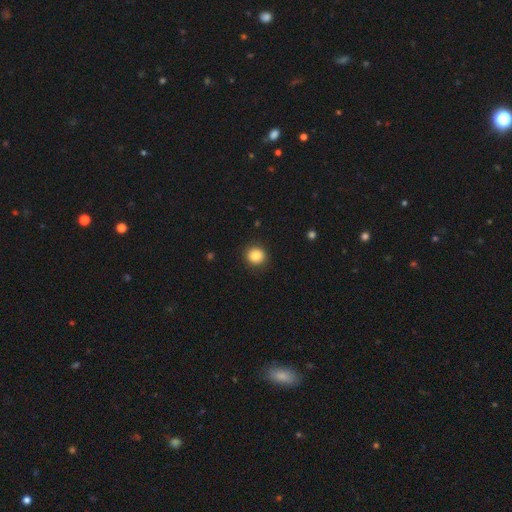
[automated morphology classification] Overall: smooth (85%). How rounded: round (90%). Merging: none (89%).